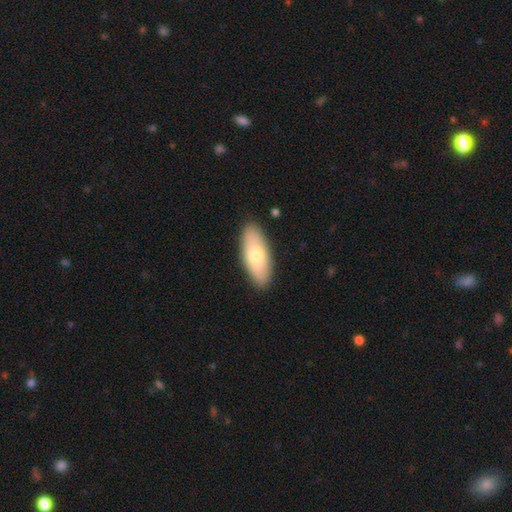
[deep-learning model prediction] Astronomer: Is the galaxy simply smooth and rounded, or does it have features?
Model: smooth — 67%.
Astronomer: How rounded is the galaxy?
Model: in between — 76%.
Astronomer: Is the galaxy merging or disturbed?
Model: none — 90%.